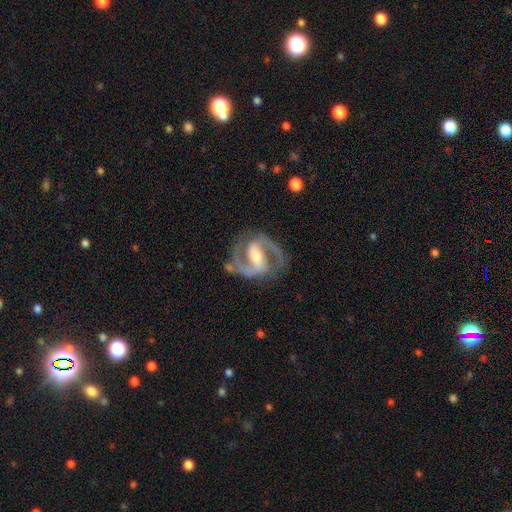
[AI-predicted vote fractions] A featured or disk galaxy (92%) with a strong bar (58%), 2 (93%) medium (62%) spiral arms (98%) and a moderate central bulge (56%).

Vote fractions:
- Smooth or featured? featured or disk: 92% / star or artifact: 4% / smooth: 4%
- Edge-on disk? no: 97% / yes: 3%
- Bar? strong: 58% / weak: 31% / no: 11%
- Spiral arms? yes: 98% / no: 2%
- Spiral winding? medium: 62% / tight: 27% / loose: 11%
- Spiral arm count? 2: 93% / can't tell: 2% / 3: 1% / 1: 1% / 4: 1% / more than 4: 1%
- Bulge size? moderate: 56% / small: 36% / large: 5% / none: 2% / dominant: 1%
- Merging? none: 82% / minor disturbance: 12% / major disturbance: 5% / merger: 2%